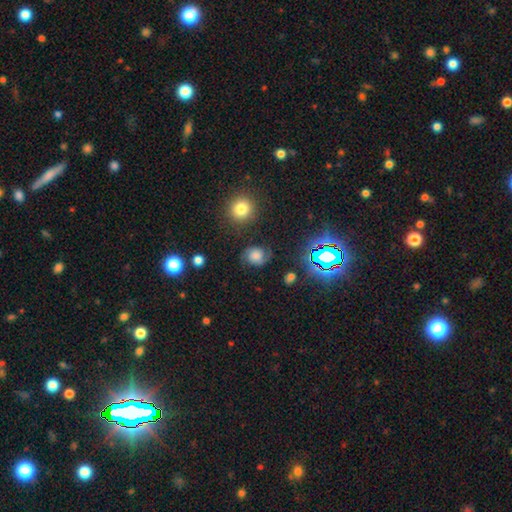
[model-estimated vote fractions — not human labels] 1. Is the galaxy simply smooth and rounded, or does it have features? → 51% featured or disk, 33% smooth, 16% star or artifact.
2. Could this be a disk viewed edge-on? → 97% no, 3% yes.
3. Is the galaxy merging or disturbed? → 69% none, 19% minor disturbance, 9% major disturbance, 2% merger.